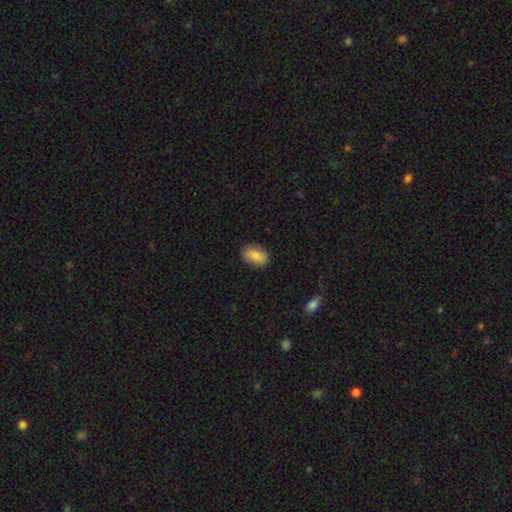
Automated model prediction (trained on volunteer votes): Smooth or featured?
  - smooth: 85% *
  - featured or disk: 8%
  - star or artifact: 7%
How rounded?
  - in between: 89% *
  - round: 9%
  - cigar-shaped: 2%
Merging?
  - none: 85% *
  - minor disturbance: 12%
  - major disturbance: 3%
  - merger: 1%